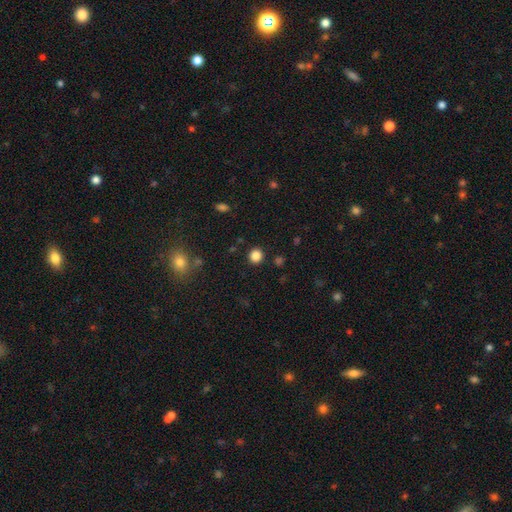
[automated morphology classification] smooth 85%, star or artifact 12%, featured or disk 4%. Down the decision tree: how rounded — round (90%); merging — none (91%).